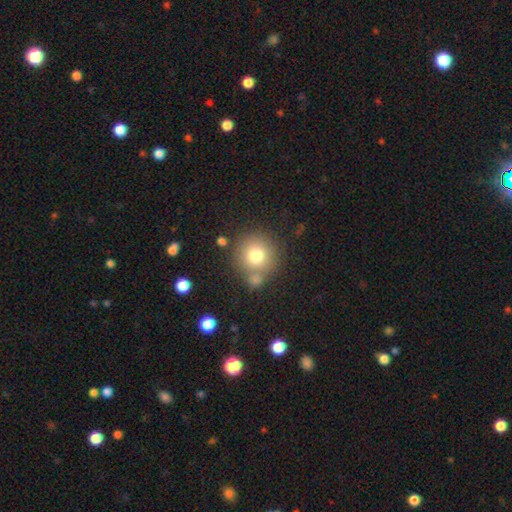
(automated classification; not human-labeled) smooth-or-featured: smooth: 76% | featured or disk: 12% | star or artifact: 11%
  how-rounded: round: 93% | in between: 6% | cigar-shaped: 1%
  merging: none: 68% | merger: 17% | minor disturbance: 11% | major disturbance: 4%